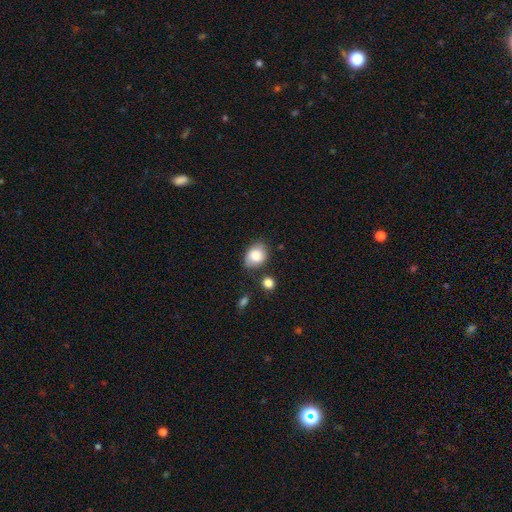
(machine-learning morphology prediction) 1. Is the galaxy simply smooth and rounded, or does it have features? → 79% smooth, 12% featured or disk, 9% star or artifact.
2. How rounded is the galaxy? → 57% in between, 42% round, 1% cigar-shaped.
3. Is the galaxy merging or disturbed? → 63% none, 25% minor disturbance, 6% merger, 6% major disturbance.